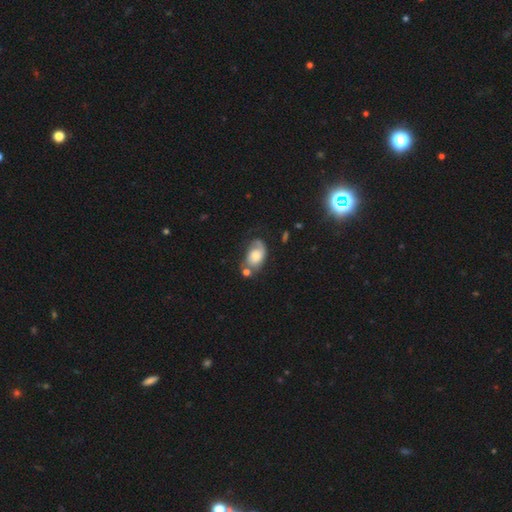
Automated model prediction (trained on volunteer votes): A smooth galaxy with no disk features (51%) that is in between round and cigar-shaped (87%). Merging: none (44%).